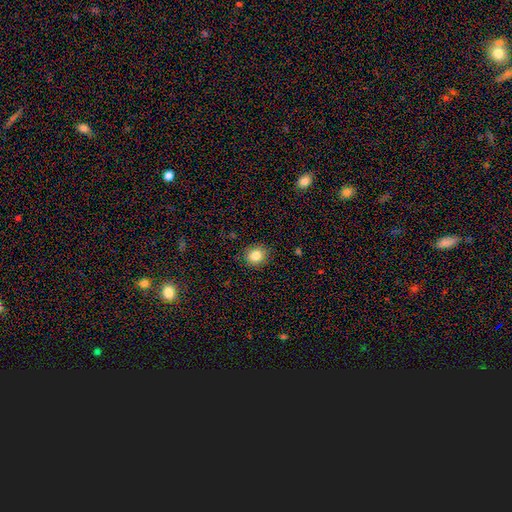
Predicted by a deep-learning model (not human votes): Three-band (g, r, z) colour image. It shows a smooth galaxy with no disk features (84%) that is round (75%). Merging: none (88%).